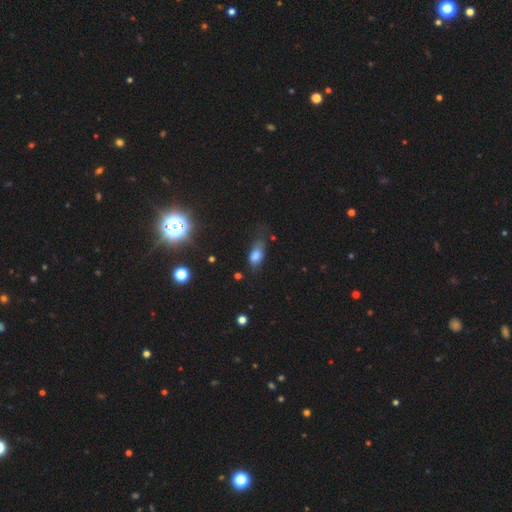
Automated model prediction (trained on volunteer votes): Smooth or featured?
  - smooth: 75% *
  - featured or disk: 12%
  - star or artifact: 12%
How rounded?
  - in between: 82% *
  - cigar-shaped: 11%
  - round: 7%
Merging?
  - none: 45% *
  - minor disturbance: 34%
  - major disturbance: 18%
  - merger: 3%